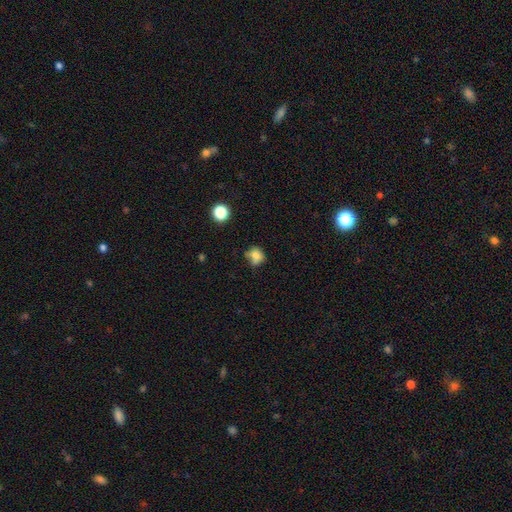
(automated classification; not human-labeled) Smooth or featured?
  - smooth: 76% *
  - star or artifact: 13%
  - featured or disk: 11%
How rounded?
  - round: 70% *
  - in between: 29%
  - cigar-shaped: 1%
Merging?
  - none: 48% *
  - minor disturbance: 30%
  - major disturbance: 12%
  - merger: 11%